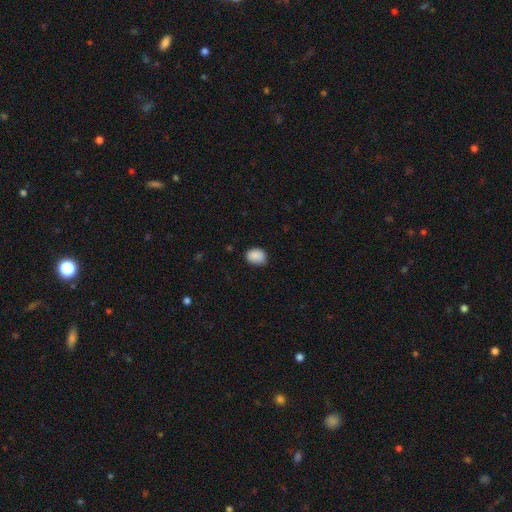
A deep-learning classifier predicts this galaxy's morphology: Smooth or featured? smooth (88%)
How rounded? in between (62%)
Merging? none (71%)